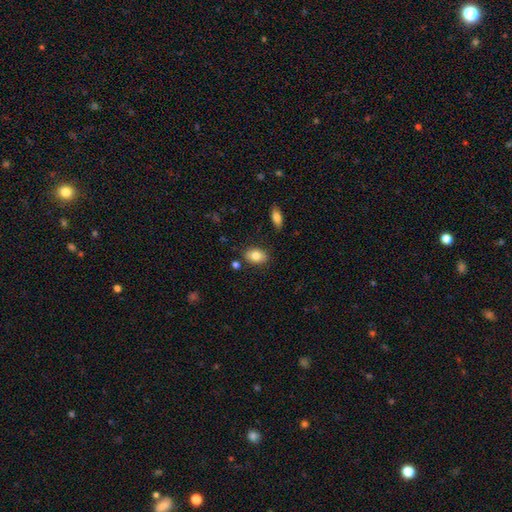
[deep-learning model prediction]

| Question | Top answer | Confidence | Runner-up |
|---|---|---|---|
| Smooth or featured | smooth | 81% | featured or disk (11%) |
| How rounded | in between | 85% | round (13%) |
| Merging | none | 83% | minor disturbance (11%) |